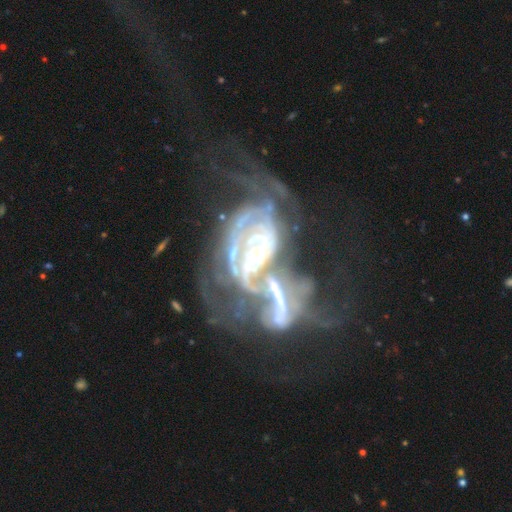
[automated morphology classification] The model was most divided on "spiral winding": tight: 37%, medium: 34%, loose: 29%. Remaining: edge-on disk — no (94%); smooth or featured — featured or disk (83%); spiral arms — yes (69%); merging — merger (64%); bulge size — moderate (51%); bar — no (50%); spiral arm count — can't tell (44%).